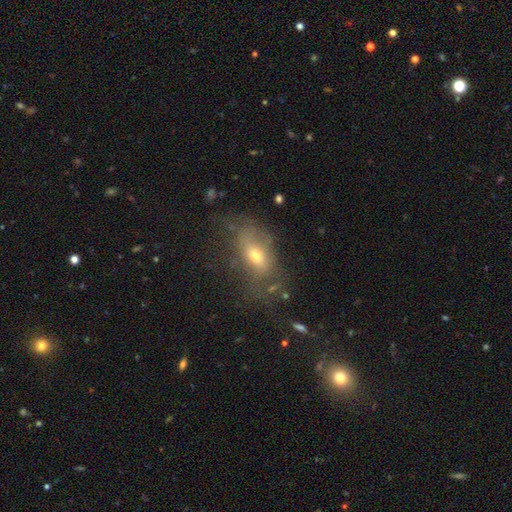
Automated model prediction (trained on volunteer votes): This is possibly a smooth galaxy (56%). How rounded: clearly in between (81%). Merging: possibly none (47%).